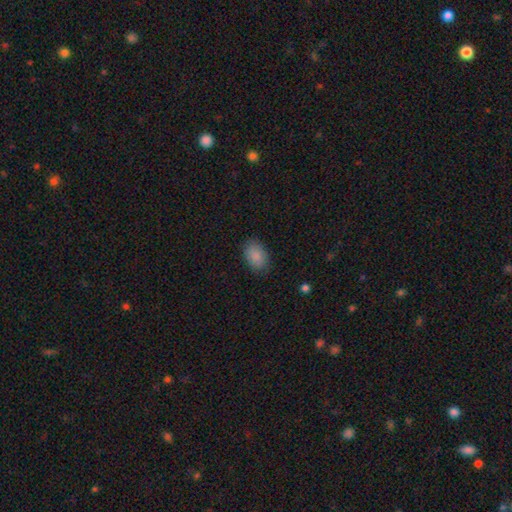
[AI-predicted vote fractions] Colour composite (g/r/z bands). It shows a smooth galaxy with no disk features (88%) that is in between round and cigar-shaped (84%). Merging: none (83%).